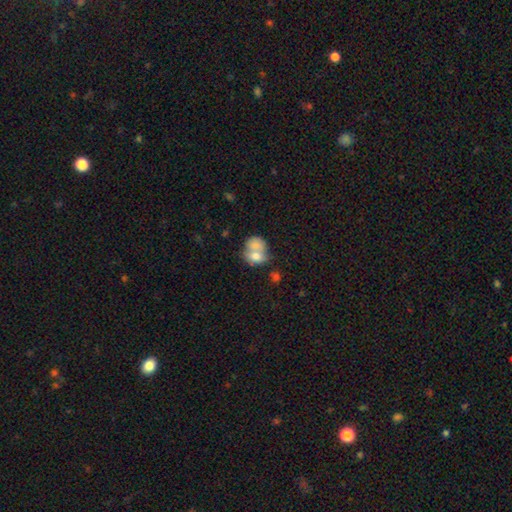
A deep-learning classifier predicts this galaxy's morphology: smooth-or-featured: smooth: 72% | featured or disk: 21% | star or artifact: 8%
  how-rounded: round: 50% | in between: 49% | cigar-shaped: 1%
  merging: merger: 70% | none: 18% | minor disturbance: 7% | major disturbance: 5%